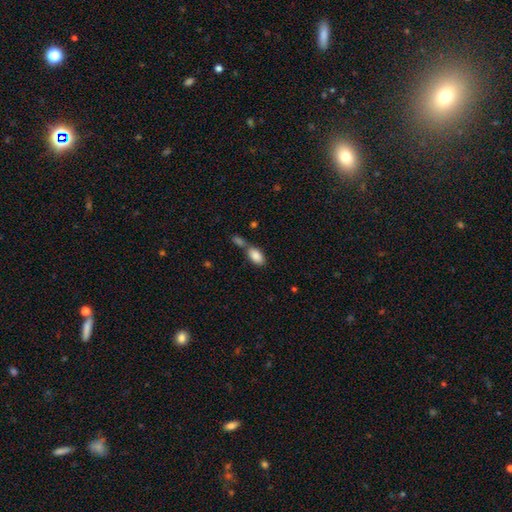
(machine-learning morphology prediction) type=smooth (86%); roundness=in between (93%); merging=merger (45%).